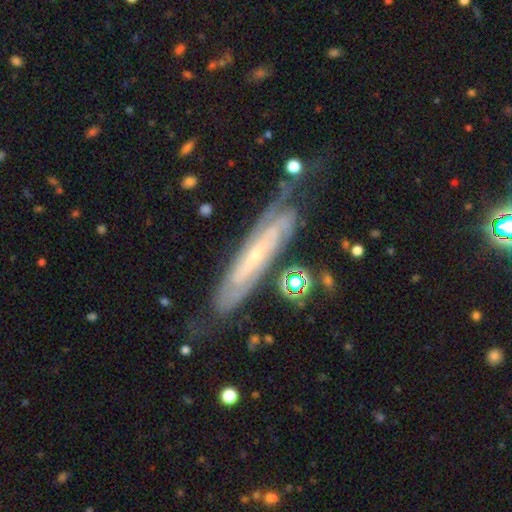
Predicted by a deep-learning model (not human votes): featured or disk 83%, smooth 11%, star or artifact 6%. Down the decision tree: edge-on disk — no (71%); bar — no (44%); spiral arms — yes (94%); spiral arm count — can't tell (40%); spiral winding — tight (68%); bulge size — small (76%); merging — none (67%).